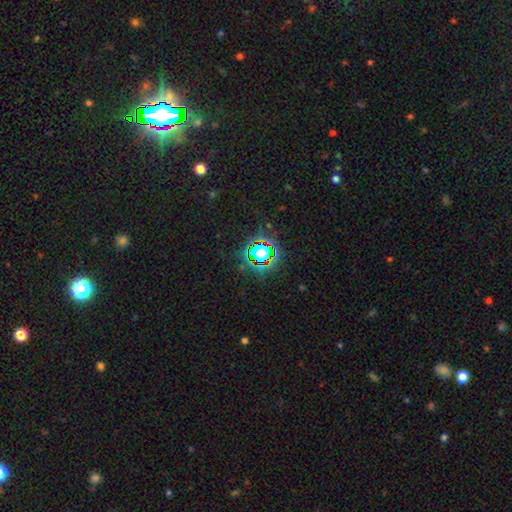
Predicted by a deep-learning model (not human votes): smooth_or_featured: star or artifact (p=0.76) [alt: smooth p=0.15]